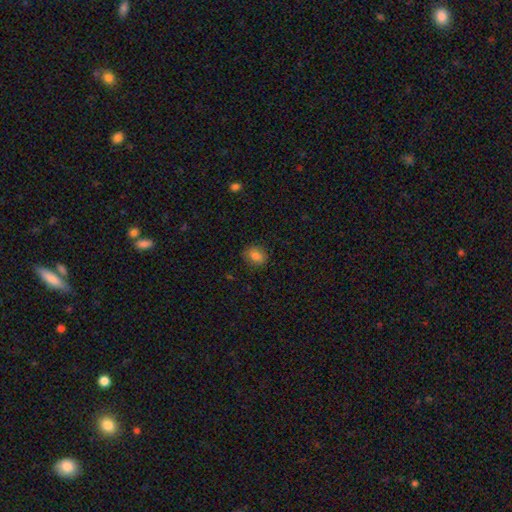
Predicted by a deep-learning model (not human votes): Smooth or featured? Predicted: smooth (p=0.84). How rounded? Predicted: in between (p=0.53). Merging? Predicted: none (p=0.86).